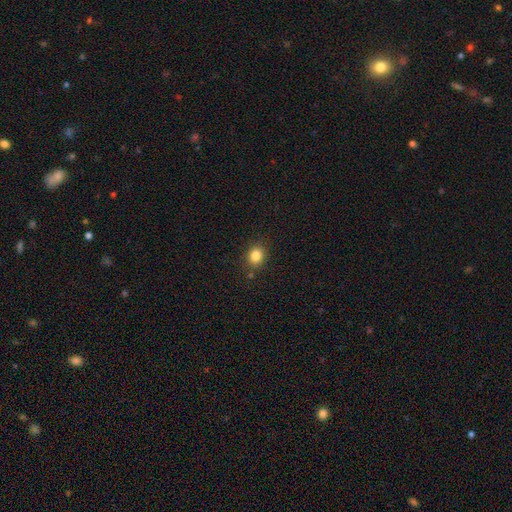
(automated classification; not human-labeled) smooth-or-featured: smooth: 83% | star or artifact: 12% | featured or disk: 5%
  how-rounded: round: 68% | in between: 31% | cigar-shaped: 1%
  merging: none: 85% | minor disturbance: 9% | merger: 3% | major disturbance: 3%